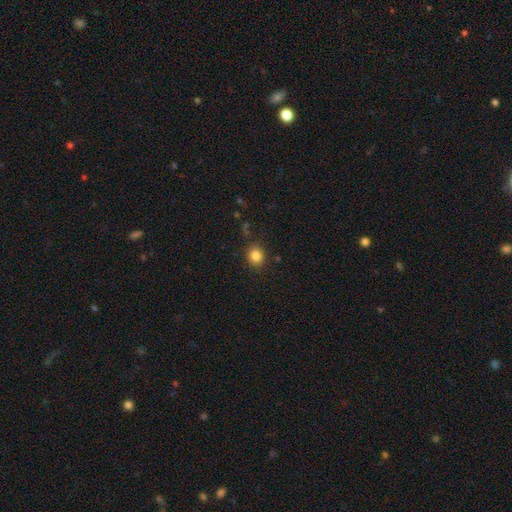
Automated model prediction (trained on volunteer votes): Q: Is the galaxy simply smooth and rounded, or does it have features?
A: smooth — 84%.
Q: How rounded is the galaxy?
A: round — 74%.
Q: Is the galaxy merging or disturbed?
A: none — 85%.